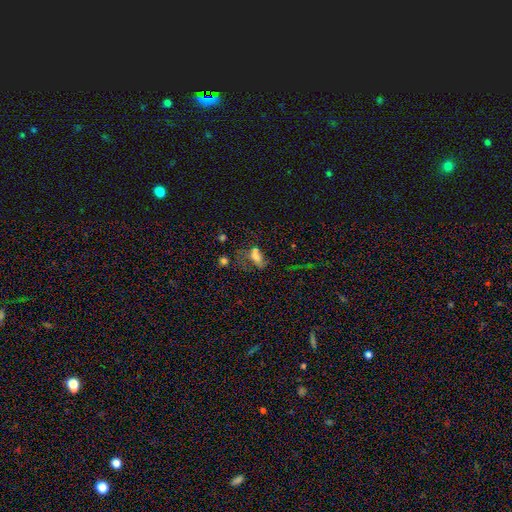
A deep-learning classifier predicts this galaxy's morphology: Smooth or featured?
  - smooth: 59% *
  - star or artifact: 21%
  - featured or disk: 20%
How rounded?
  - in between: 79% *
  - round: 15%
  - cigar-shaped: 7%
Merging?
  - major disturbance: 35% *
  - none: 27%
  - minor disturbance: 19%
  - merger: 19%